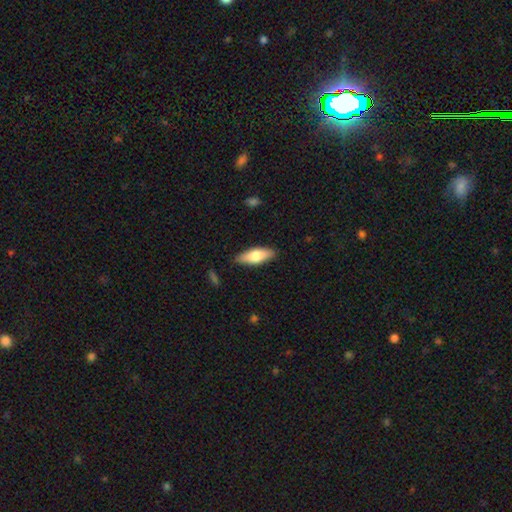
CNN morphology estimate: Smooth or featured?
  - smooth: 69% *
  - featured or disk: 25%
  - star or artifact: 6%
How rounded?
  - in between: 67% *
  - cigar-shaped: 30%
  - round: 2%
Merging?
  - none: 87% *
  - minor disturbance: 10%
  - major disturbance: 2%
  - merger: 1%